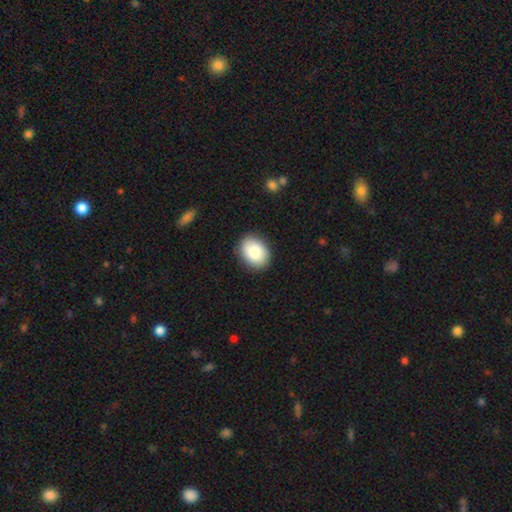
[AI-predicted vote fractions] Smooth or featured? Predicted: smooth (p=0.86). How rounded? Predicted: in between (p=0.69). Merging? Predicted: none (p=0.87).